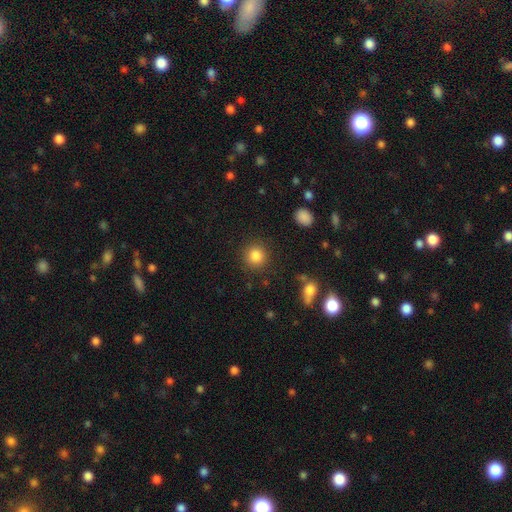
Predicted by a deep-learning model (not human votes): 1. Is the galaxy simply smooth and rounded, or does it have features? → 85% smooth, 10% star or artifact, 5% featured or disk.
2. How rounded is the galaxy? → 91% round, 8% in between, 1% cigar-shaped.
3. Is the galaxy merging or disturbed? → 88% none, 7% minor disturbance, 3% major disturbance, 2% merger.